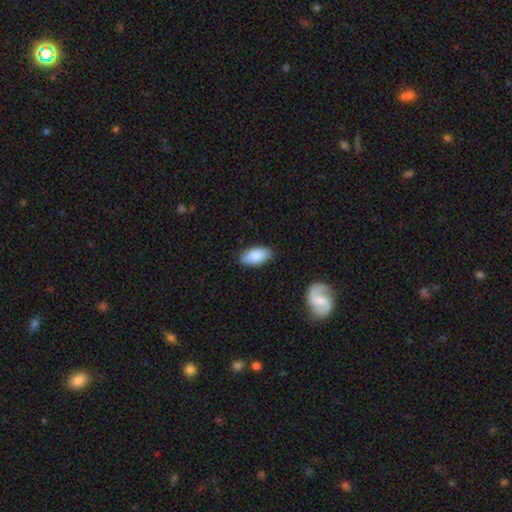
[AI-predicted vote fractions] smooth-or-featured: smooth: 83% | featured or disk: 11% | star or artifact: 6%
  how-rounded: in between: 92% | cigar-shaped: 5% | round: 2%
  merging: none: 86% | minor disturbance: 11% | major disturbance: 2% | merger: 1%